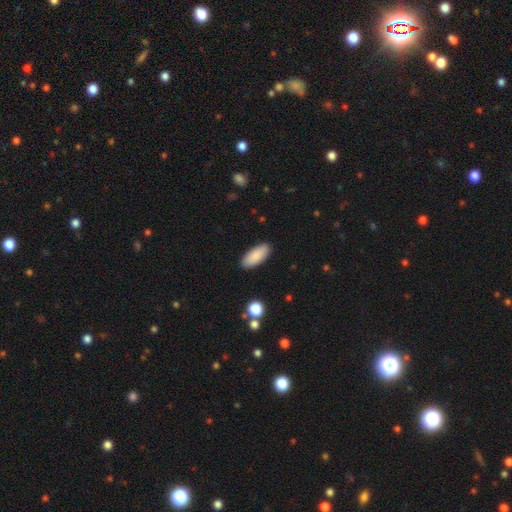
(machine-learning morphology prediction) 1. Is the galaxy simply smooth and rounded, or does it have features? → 88% smooth, 6% featured or disk, 6% star or artifact.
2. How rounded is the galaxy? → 82% in between, 16% cigar-shaped, 2% round.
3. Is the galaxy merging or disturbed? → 89% none, 8% minor disturbance, 2% major disturbance, 1% merger.